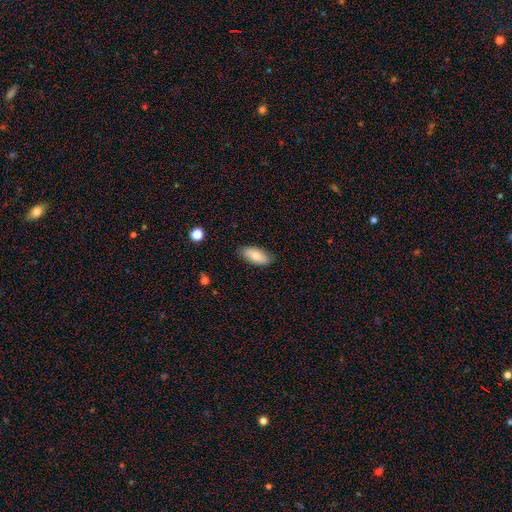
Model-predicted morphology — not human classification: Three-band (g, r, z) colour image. It shows a smooth galaxy with no disk features (80%) that is in between round and cigar-shaped (87%). Merging: none (84%).